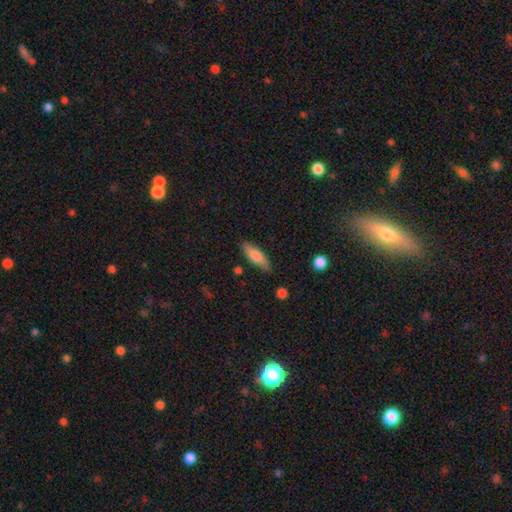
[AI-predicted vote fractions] The model was most divided on "how rounded": in between: 54%, cigar-shaped: 44%, round: 2%. More confident: merging — none (81%); smooth or featured — smooth (76%).